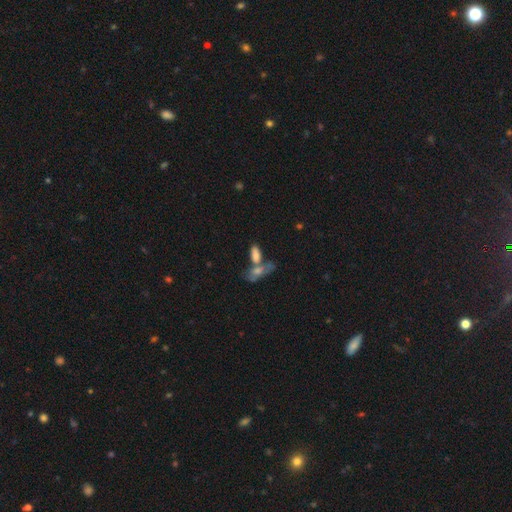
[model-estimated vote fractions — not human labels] Overall: smooth (73%). How rounded: in between (82%). Merging: merger (54%; none 29%).